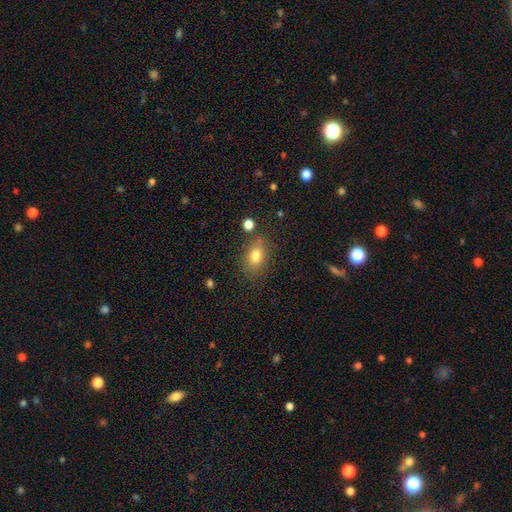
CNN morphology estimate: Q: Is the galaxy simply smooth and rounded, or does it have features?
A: smooth — 79%.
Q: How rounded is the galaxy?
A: in between — 77%.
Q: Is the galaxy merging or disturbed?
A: none — 78%.